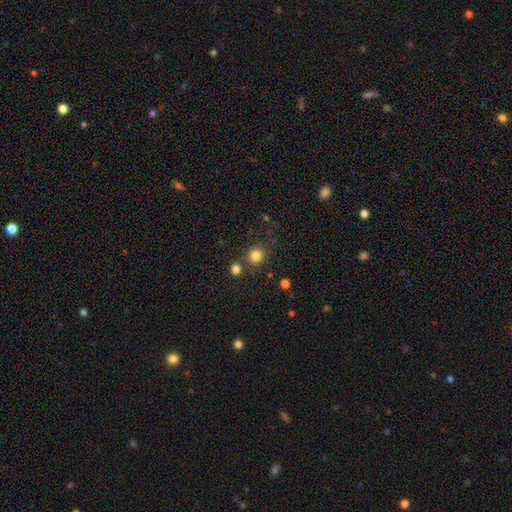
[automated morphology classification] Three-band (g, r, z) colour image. It shows a smooth galaxy with no disk features (82%) that is round (88%). Merging: none (74%).